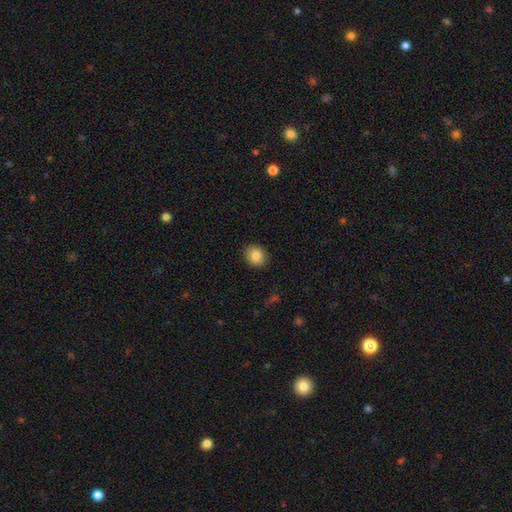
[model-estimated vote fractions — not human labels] smooth 86%, star or artifact 9%, featured or disk 5%. Down the decision tree: how rounded — round (64%); merging — none (89%).